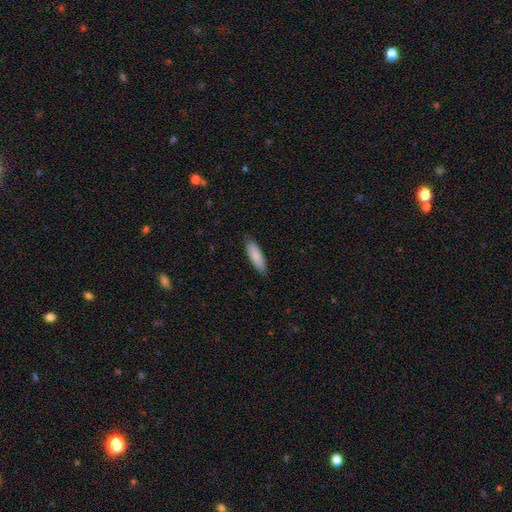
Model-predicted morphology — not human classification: This appears to be a smooth galaxy with no disk features (87%) that is cigar-shaped (51%). Merging: none (85%).